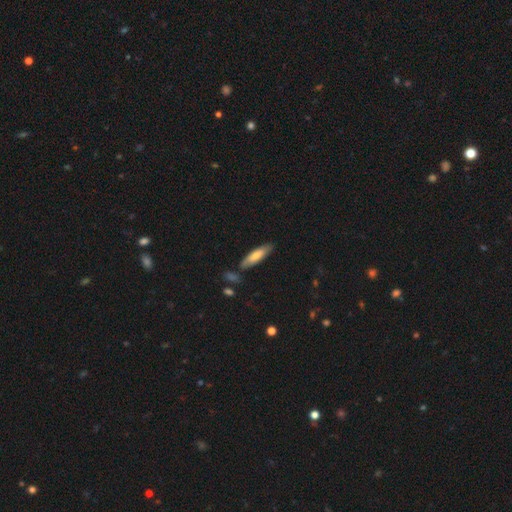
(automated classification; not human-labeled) A smooth galaxy with no disk features (72%) that is cigar-shaped (66%). Merging: none (78%).